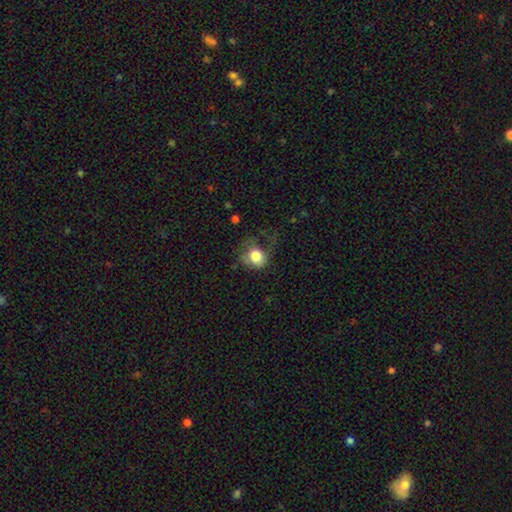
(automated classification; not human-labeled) Smooth or featured?
  - smooth: 78% *
  - featured or disk: 13%
  - star or artifact: 9%
How rounded?
  - round: 69% *
  - in between: 30%
  - cigar-shaped: 1%
Merging?
  - none: 41% *
  - major disturbance: 30%
  - minor disturbance: 27%
  - merger: 2%